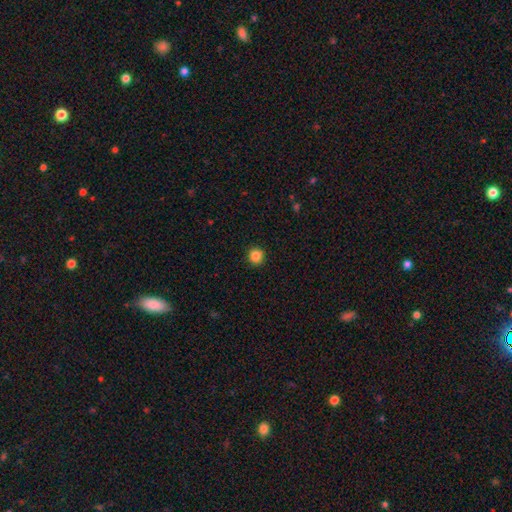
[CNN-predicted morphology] A smooth galaxy with no disk features (85%) that is round (92%).

Vote fractions:
- Smooth or featured? smooth: 85% / star or artifact: 11% / featured or disk: 4%
- How rounded? round: 92% / in between: 7% / cigar-shaped: 1%
- Merging? none: 92% / minor disturbance: 5% / major disturbance: 2% / merger: 1%